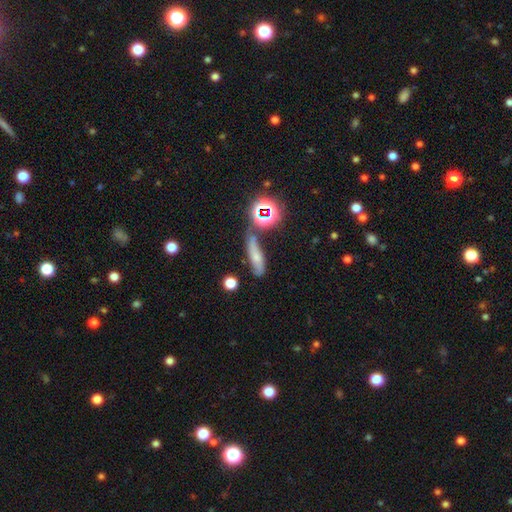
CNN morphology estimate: Smooth or featured? Predicted: smooth (p=0.49). Merging? Predicted: none (p=0.55).